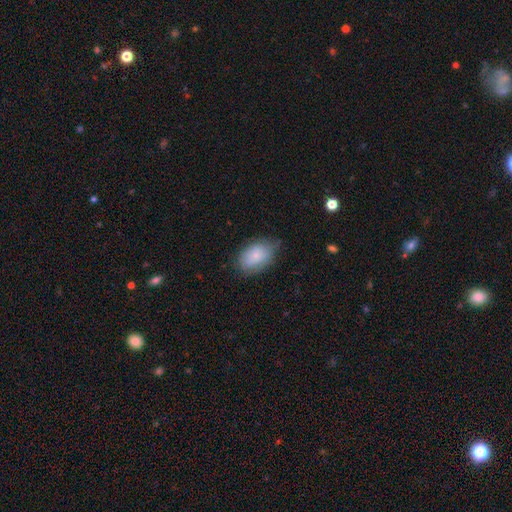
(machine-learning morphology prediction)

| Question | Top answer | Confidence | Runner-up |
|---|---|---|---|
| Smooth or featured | smooth | 80% | featured or disk (13%) |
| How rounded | in between | 88% | round (11%) |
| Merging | none | 69% | minor disturbance (24%) |